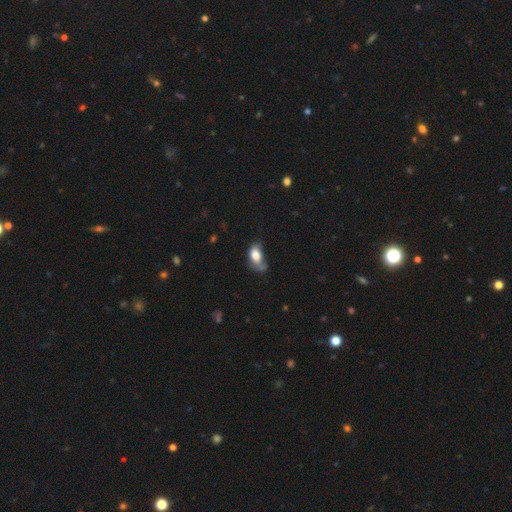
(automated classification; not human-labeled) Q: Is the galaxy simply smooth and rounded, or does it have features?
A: smooth — 73%.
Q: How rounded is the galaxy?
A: in between — 86%.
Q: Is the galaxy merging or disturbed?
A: minor disturbance — 34%.